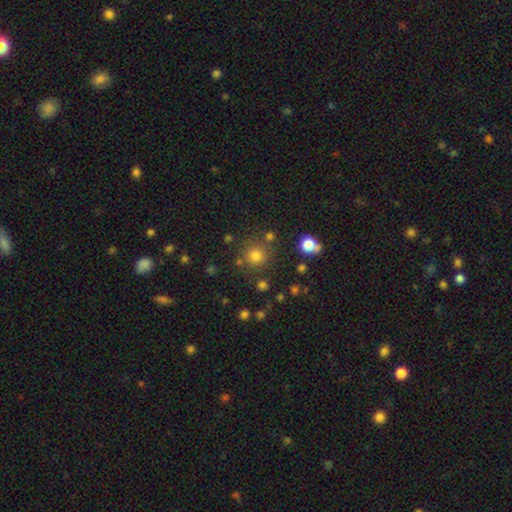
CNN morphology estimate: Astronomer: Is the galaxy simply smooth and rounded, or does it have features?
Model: smooth — 78%.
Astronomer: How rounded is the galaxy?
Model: round — 93%.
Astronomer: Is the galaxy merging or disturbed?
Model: none — 81%.